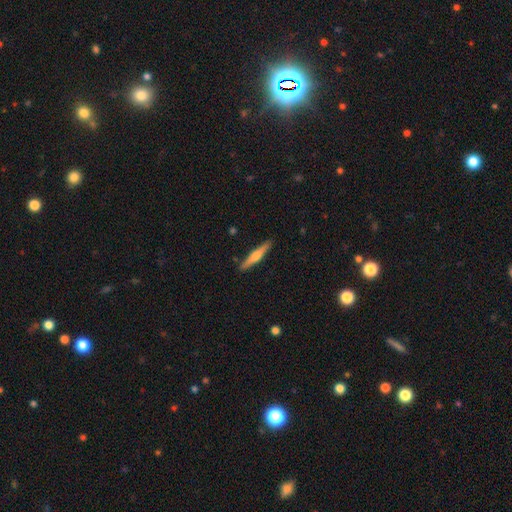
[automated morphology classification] featured or disk 50%, smooth 45%, star or artifact 5%. Down the decision tree: merging — none (89%).